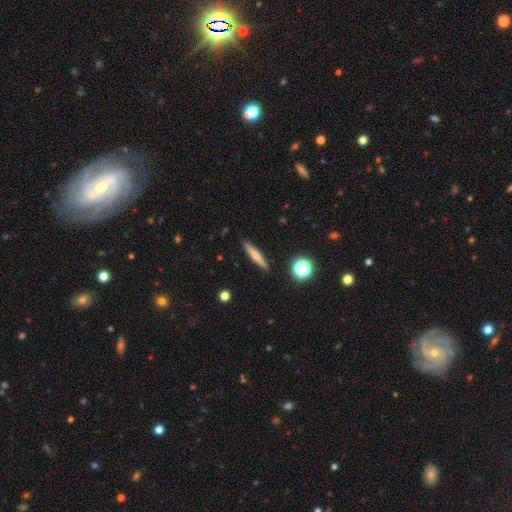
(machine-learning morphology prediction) type=smooth (61%); roundness=cigar-shaped (89%); merging=none (90%).